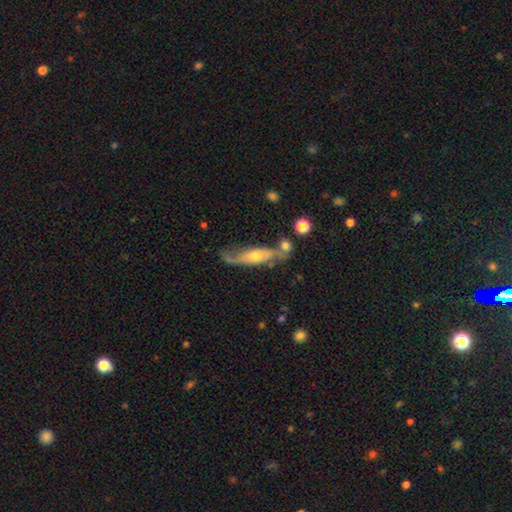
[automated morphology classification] Smooth or featured? featured or disk (62%)
Edge-on disk? no (55%)
Merging? none (54%)